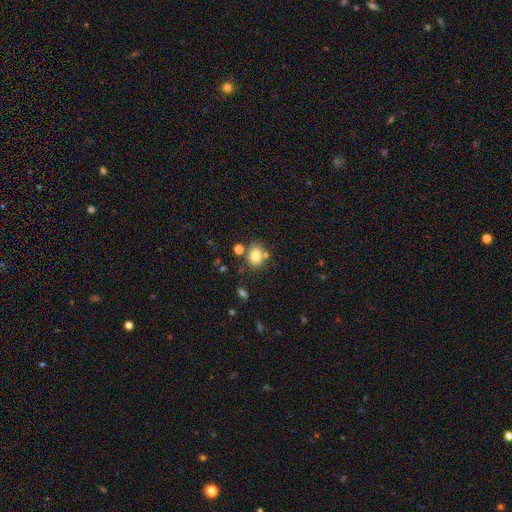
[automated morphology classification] type=smooth (79%); roundness=in between (51%); merging=none (71%).